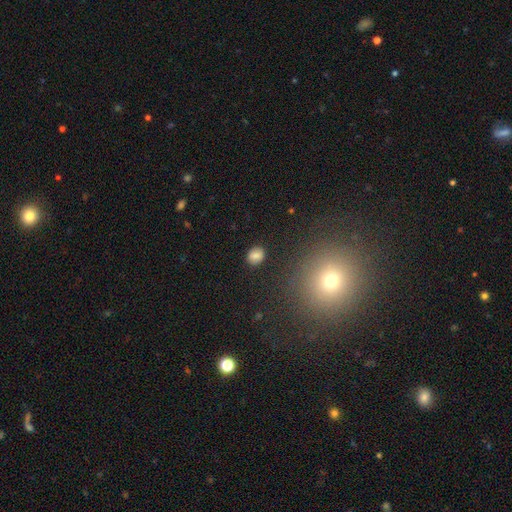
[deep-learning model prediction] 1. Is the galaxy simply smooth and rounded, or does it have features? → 81% smooth, 11% star or artifact, 8% featured or disk.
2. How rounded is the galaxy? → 55% round, 44% in between, 1% cigar-shaped.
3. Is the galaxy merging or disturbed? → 86% none, 10% minor disturbance, 3% major disturbance, 2% merger.